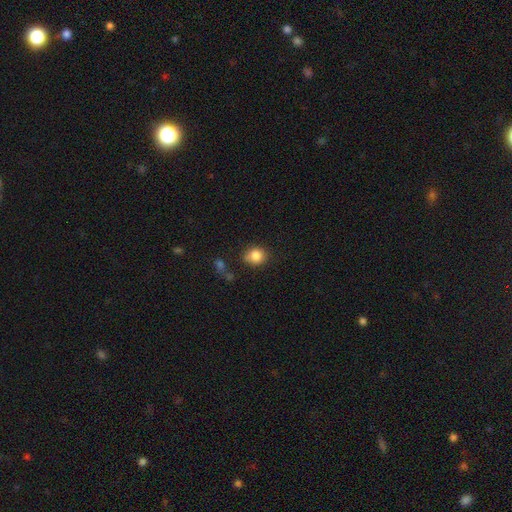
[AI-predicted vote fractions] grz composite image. It shows a smooth galaxy with no disk features (85%) that is round (75%). Merging: none (73%).